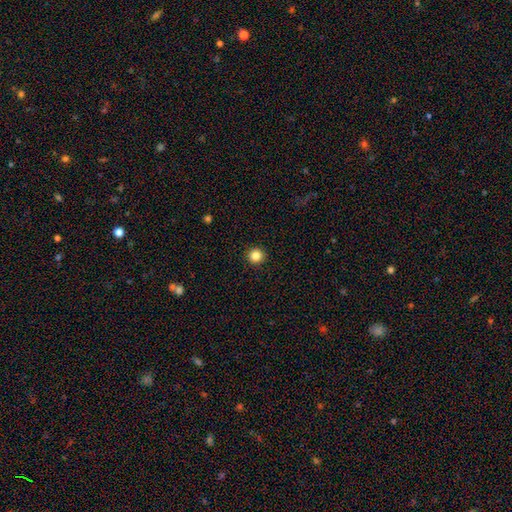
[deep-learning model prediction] Morphology: type=smooth (85%); roundness=round (96%); merging=none (94%).